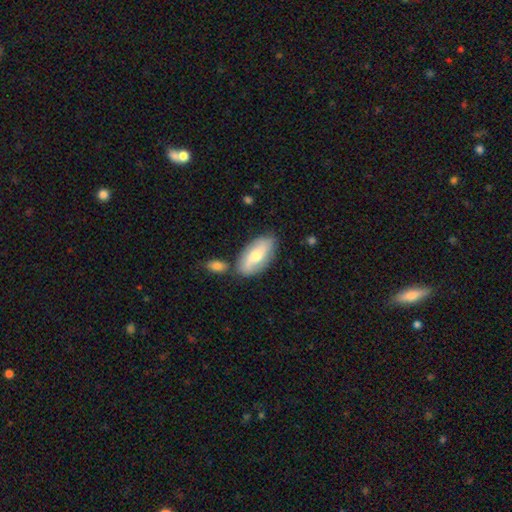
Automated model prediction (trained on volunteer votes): A featured or disk galaxy (49%). Merging: none (71%).